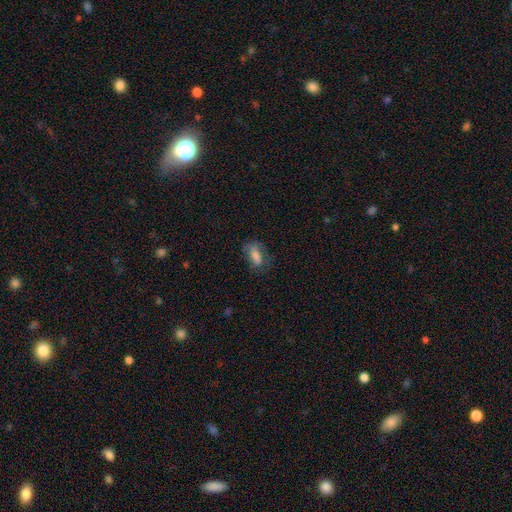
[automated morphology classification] Smooth or featured? Predicted: smooth (p=0.72). How rounded? Predicted: in between (p=0.79). Merging? Predicted: none (p=0.63).